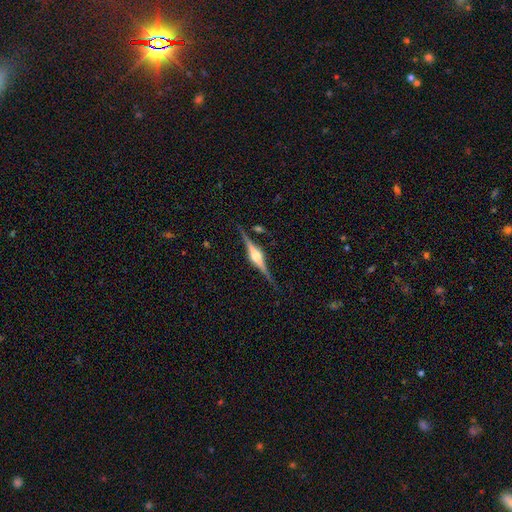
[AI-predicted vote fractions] Smooth or featured: featured or disk — 87% (smooth — 7%)
Edge-on disk: yes — 98% (no — 2%)
Edge-on bulge: rounded — 92% (boxy — 6%)
Merging: none — 87% (minor disturbance — 9%)